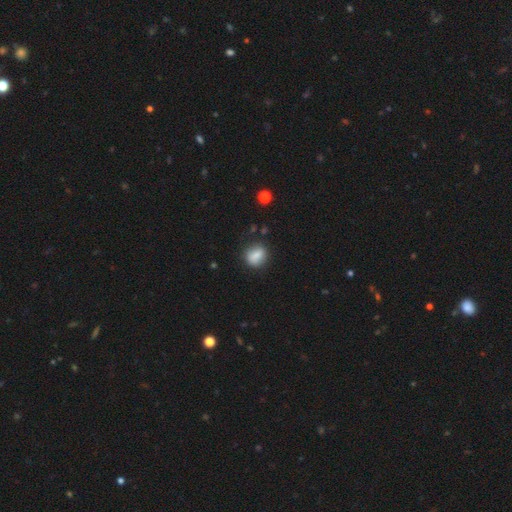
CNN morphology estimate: Smooth or featured? smooth (80%)
How rounded? round (56%)
Merging? none (80%)